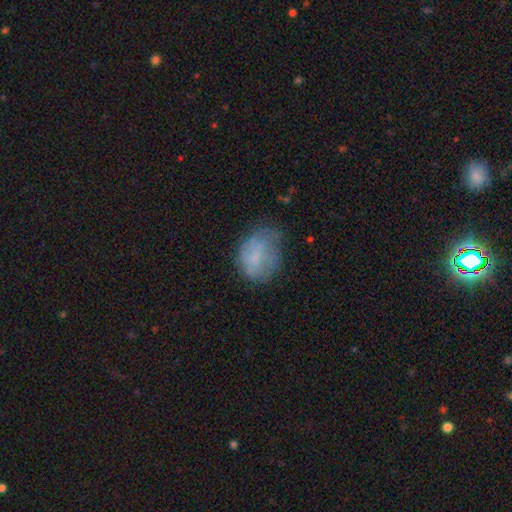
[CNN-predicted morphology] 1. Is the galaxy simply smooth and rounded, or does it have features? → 60% smooth, 29% featured or disk, 11% star or artifact.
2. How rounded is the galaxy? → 61% in between, 38% round, 1% cigar-shaped.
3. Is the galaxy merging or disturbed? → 46% none, 32% minor disturbance, 19% major disturbance, 2% merger.